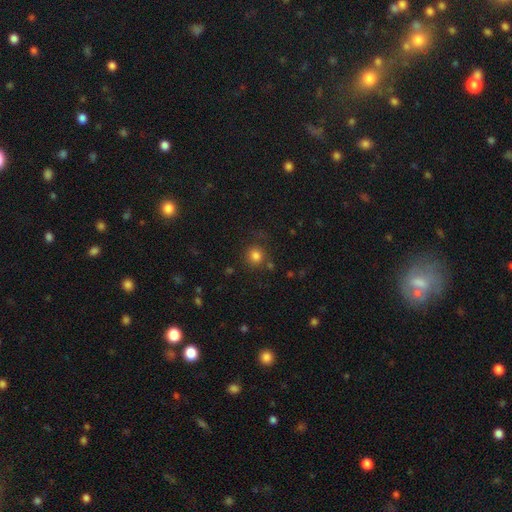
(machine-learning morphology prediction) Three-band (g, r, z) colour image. It shows a smooth galaxy with no disk features (81%) that is round (90%). Merging: none (79%).